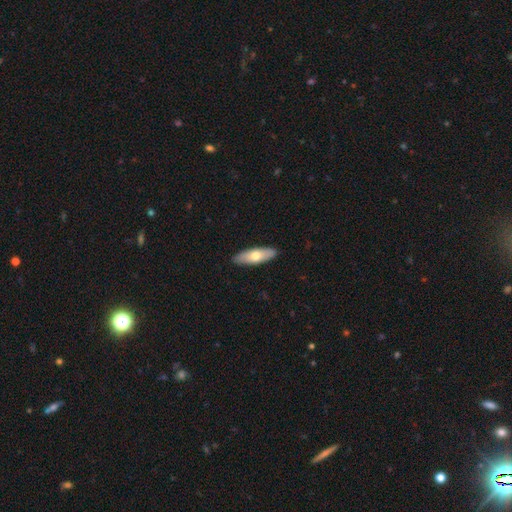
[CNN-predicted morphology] A smooth galaxy with no disk features (63%) that is in between round and cigar-shaped (60%).

Vote fractions:
- Smooth or featured? smooth: 63% / featured or disk: 31% / star or artifact: 5%
- How rounded? in between: 60% / cigar-shaped: 37% / round: 2%
- Merging? none: 90% / minor disturbance: 7% / major disturbance: 1% / merger: 1%